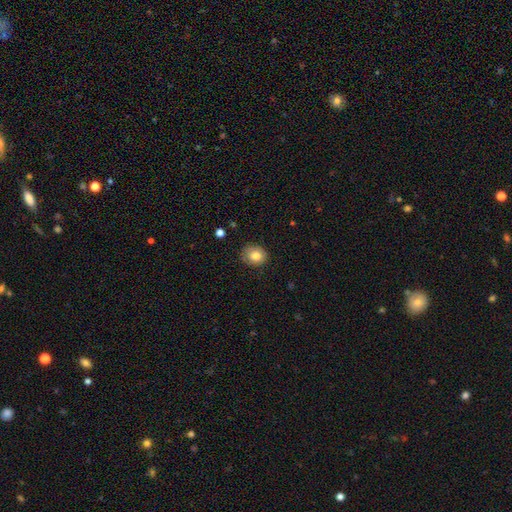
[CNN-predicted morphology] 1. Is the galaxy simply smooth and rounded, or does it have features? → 82% smooth, 9% featured or disk, 9% star or artifact.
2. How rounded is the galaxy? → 63% round, 36% in between, 1% cigar-shaped.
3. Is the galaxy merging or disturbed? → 80% none, 16% minor disturbance, 3% major disturbance, 1% merger.